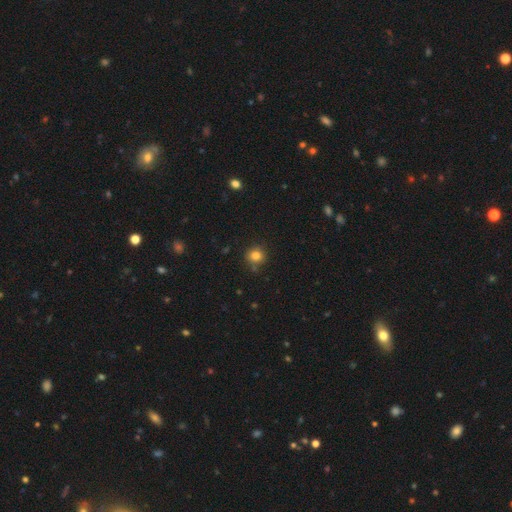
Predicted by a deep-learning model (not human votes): Morphology: type=smooth (82%); roundness=round (89%); merging=none (83%).